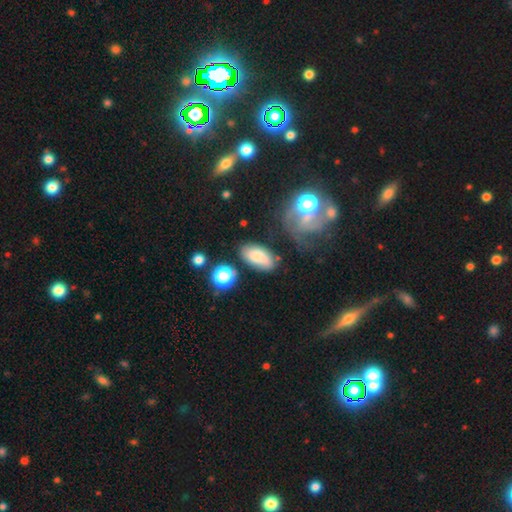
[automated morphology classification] Smooth or featured?
  - smooth: 71% *
  - featured or disk: 20%
  - star or artifact: 9%
How rounded?
  - in between: 91% *
  - cigar-shaped: 5%
  - round: 4%
Merging?
  - none: 64% *
  - minor disturbance: 20%
  - merger: 8%
  - major disturbance: 7%